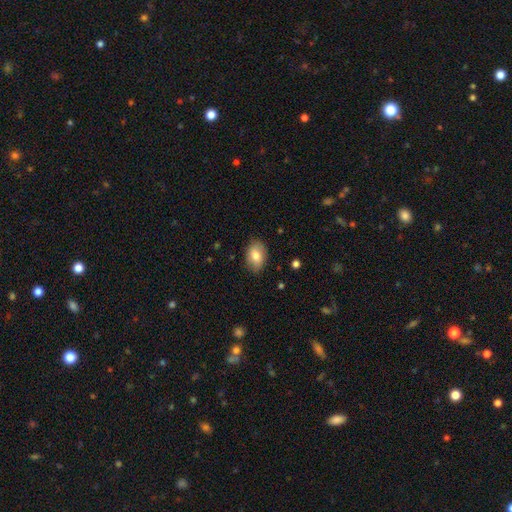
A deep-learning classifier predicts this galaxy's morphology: A smooth galaxy with no disk features (79%) that is in between round and cigar-shaped (86%).

Vote fractions:
- Smooth or featured? smooth: 79% / featured or disk: 14% / star or artifact: 7%
- How rounded? in between: 86% / round: 12% / cigar-shaped: 1%
- Merging? none: 84% / minor disturbance: 12% / major disturbance: 2% / merger: 1%